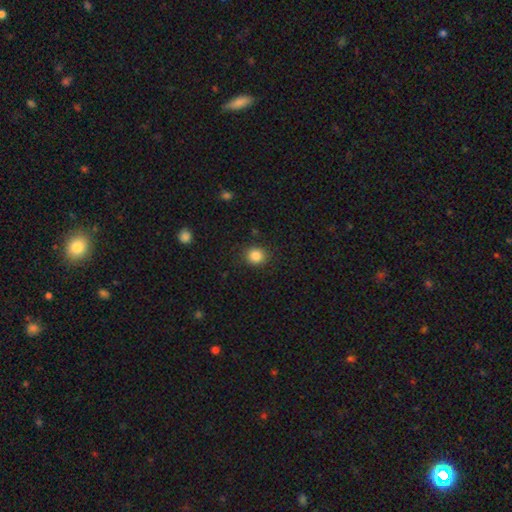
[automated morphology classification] This appears to be a smooth galaxy with no disk features (85%) that is round (81%). Merging: none (88%).